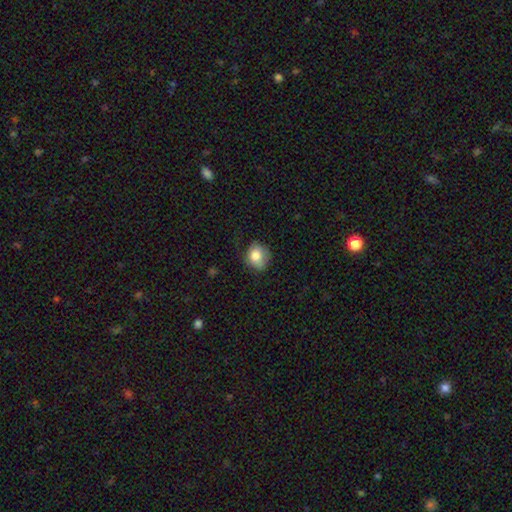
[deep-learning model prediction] Smooth or featured? smooth (80%)
How rounded? round (72%)
Merging? none (64%)